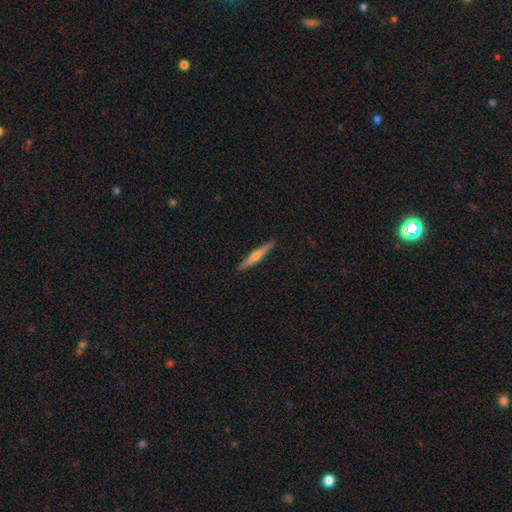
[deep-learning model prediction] The model was most divided on "smooth or featured": featured or disk: 57%, smooth: 37%, star or artifact: 6%. More confident: edge-on disk — yes (97%); merging — none (92%); edge-on bulge — rounded (83%).